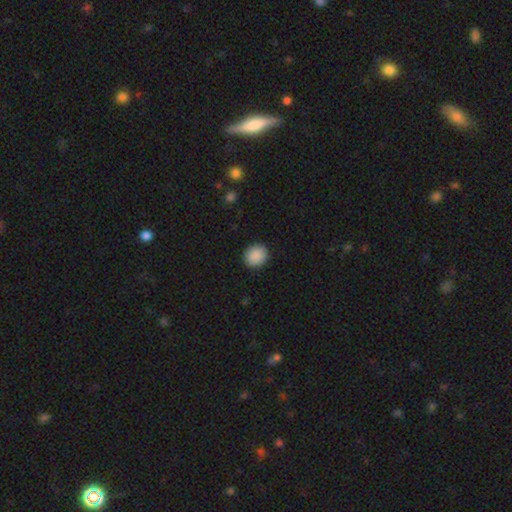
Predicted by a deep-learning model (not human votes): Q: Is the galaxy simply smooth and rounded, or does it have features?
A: smooth — 90%.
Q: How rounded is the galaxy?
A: round — 80%.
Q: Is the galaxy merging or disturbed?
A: none — 91%.